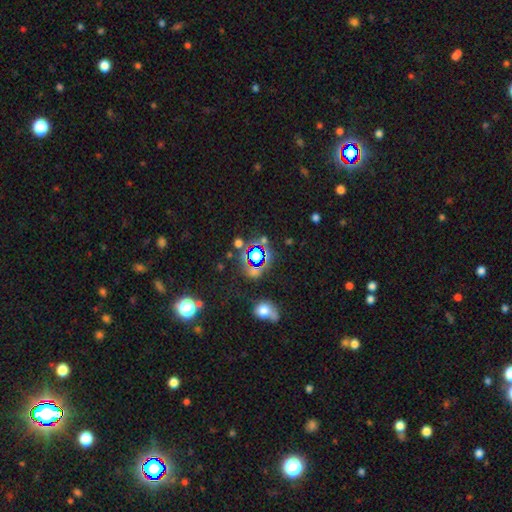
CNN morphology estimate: This appears to be a star or artifact, not a galaxy (55%).